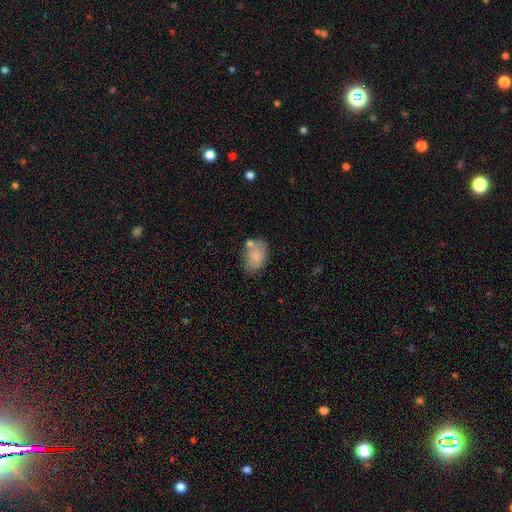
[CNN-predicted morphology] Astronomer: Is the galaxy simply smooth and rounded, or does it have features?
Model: smooth — 81%.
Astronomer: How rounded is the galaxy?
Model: in between — 86%.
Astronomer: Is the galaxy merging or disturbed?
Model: none — 60%.